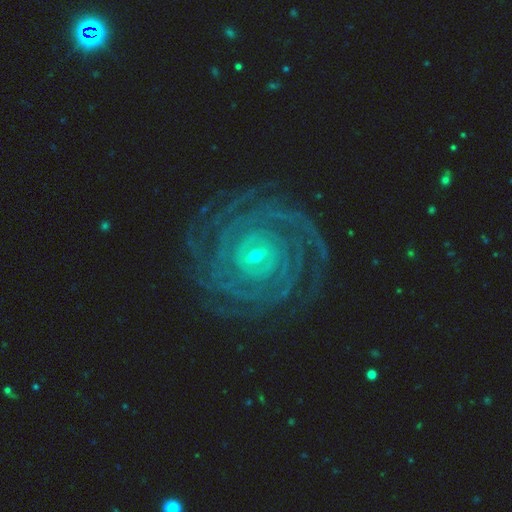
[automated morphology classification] smooth_or_featured: featured or disk (p=0.91) [alt: star or artifact p=0.06]
disk_edge_on: no (p=0.98) [alt: yes p=0.02]
bar: weak (p=0.39) [alt: no p=0.38]
has_spiral_arms: yes (p=0.99) [alt: no p=0.01]
spiral_winding: tight (p=0.87) [alt: medium p=0.11]
spiral_arm_count: more than 4 (p=0.21) [tied with: 2 p=0.21]
bulge_size: small (p=0.78) [alt: moderate p=0.18]
merging: none (p=0.81) [alt: minor disturbance p=0.12]